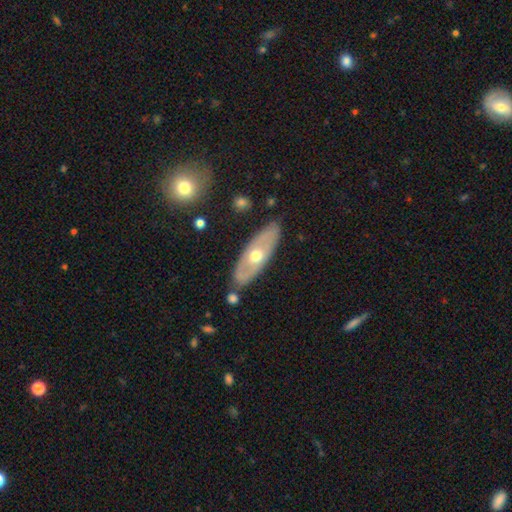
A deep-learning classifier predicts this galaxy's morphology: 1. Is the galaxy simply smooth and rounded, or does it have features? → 58% featured or disk, 37% smooth, 5% star or artifact.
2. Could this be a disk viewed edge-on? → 67% no, 33% yes.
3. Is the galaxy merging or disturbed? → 81% none, 13% minor disturbance, 3% major disturbance, 3% merger.